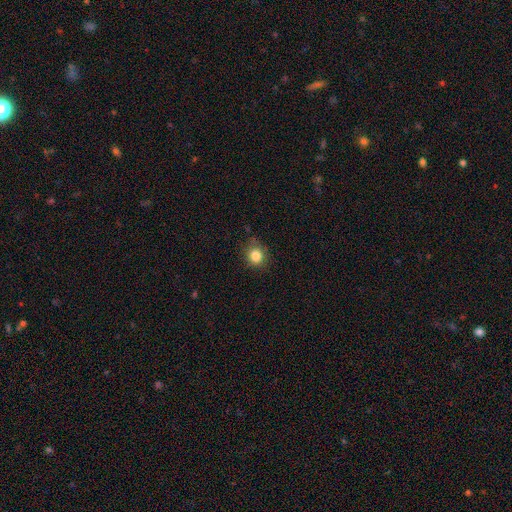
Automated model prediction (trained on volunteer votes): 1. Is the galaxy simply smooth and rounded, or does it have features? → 84% smooth, 11% star or artifact, 5% featured or disk.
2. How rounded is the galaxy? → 82% round, 17% in between, 1% cigar-shaped.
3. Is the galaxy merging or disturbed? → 79% none, 16% minor disturbance, 4% major disturbance, 1% merger.